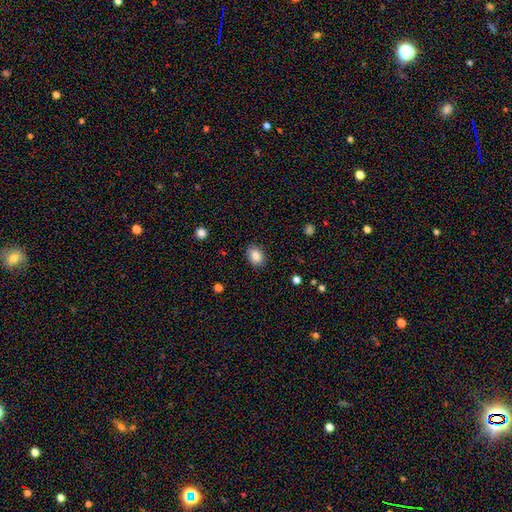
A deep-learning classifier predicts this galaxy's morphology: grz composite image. It shows a smooth galaxy with no disk features (86%) that is in between round and cigar-shaped (65%). Merging: none (85%).